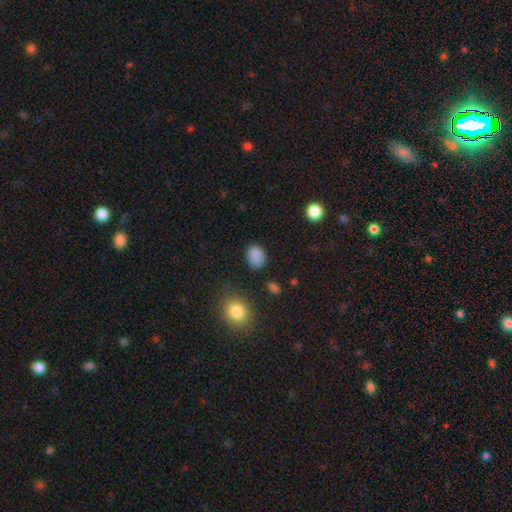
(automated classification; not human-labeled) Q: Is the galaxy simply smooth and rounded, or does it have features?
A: smooth — 86%.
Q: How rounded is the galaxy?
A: in between — 55%.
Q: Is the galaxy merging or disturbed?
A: none — 81%.